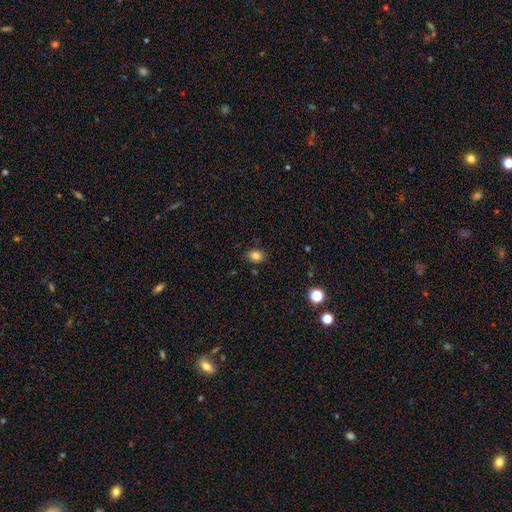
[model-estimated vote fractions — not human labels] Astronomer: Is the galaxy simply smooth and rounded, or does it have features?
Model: smooth — 82%.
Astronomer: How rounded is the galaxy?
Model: in between — 50% (runner-up: round, 49%).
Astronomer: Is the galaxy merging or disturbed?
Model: none — 83%.